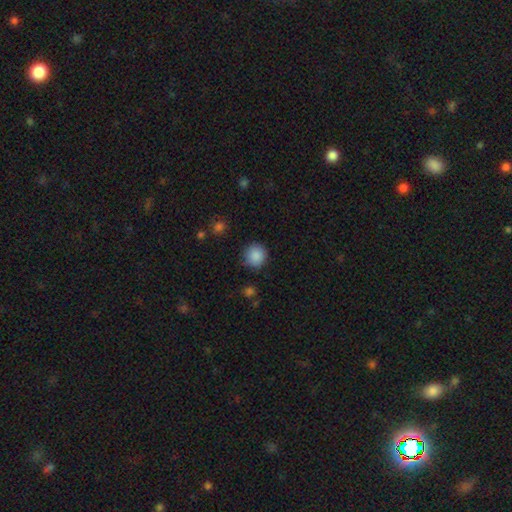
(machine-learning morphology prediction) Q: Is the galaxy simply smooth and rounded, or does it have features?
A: smooth — 88%.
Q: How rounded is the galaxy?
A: round — 92%.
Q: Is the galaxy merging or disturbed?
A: none — 87%.